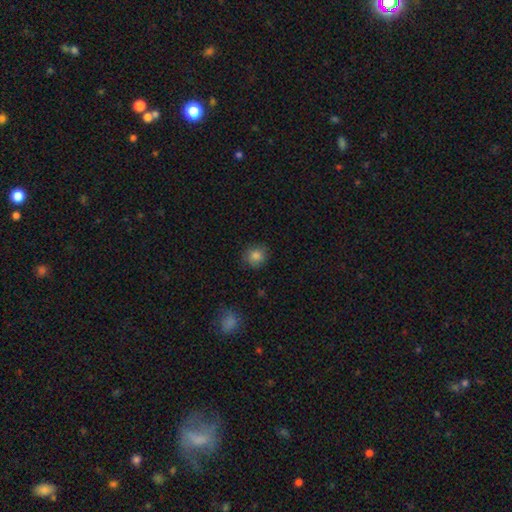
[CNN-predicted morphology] A smooth galaxy with no disk features (85%) that is round (84%).

Vote fractions:
- Smooth or featured? smooth: 85% / star or artifact: 10% / featured or disk: 5%
- How rounded? round: 84% / in between: 15% / cigar-shaped: 1%
- Merging? none: 86% / minor disturbance: 10% / major disturbance: 3% / merger: 1%